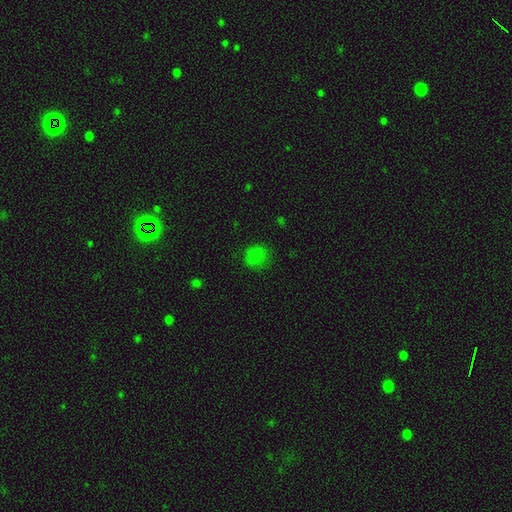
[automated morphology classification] type=smooth (75%); roundness=round (73%); merging=none (77%).